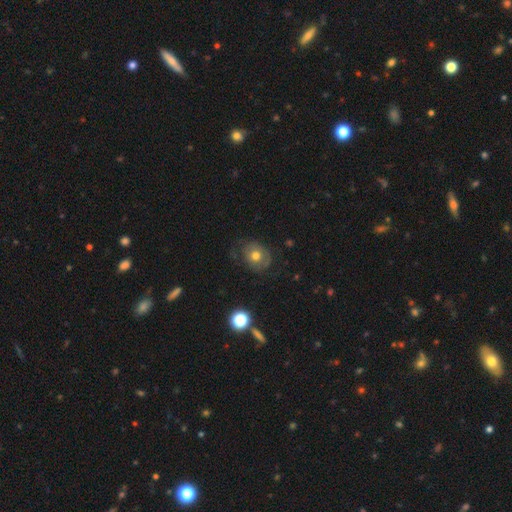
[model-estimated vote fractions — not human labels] Q: Smooth or featured?
A: smooth (53%); runner-up: featured or disk (36%)
Q: How rounded?
A: round (62%); runner-up: in between (37%)
Q: Merging?
A: none (63%); runner-up: minor disturbance (23%)